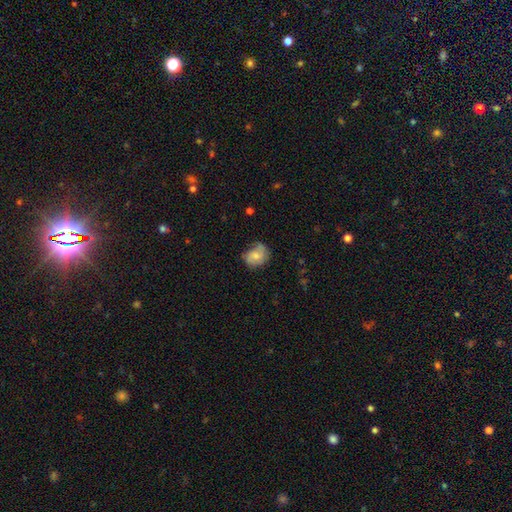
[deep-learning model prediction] This appears to be a smooth galaxy with no disk features (54%) that is in between round and cigar-shaped (50%). Merging: none (56%).